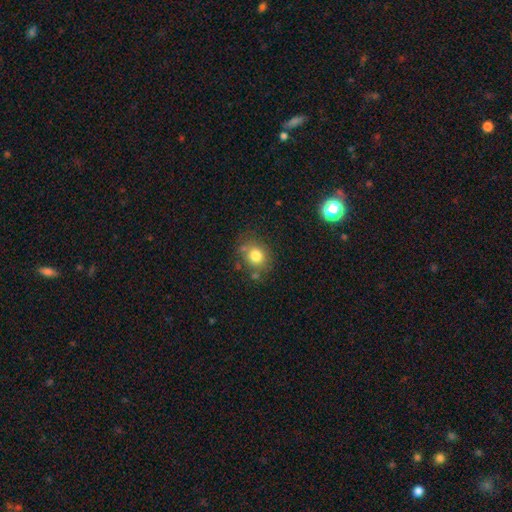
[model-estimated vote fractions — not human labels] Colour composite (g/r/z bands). It shows a smooth galaxy with no disk features (79%) that is round (69%). Merging: none (71%).